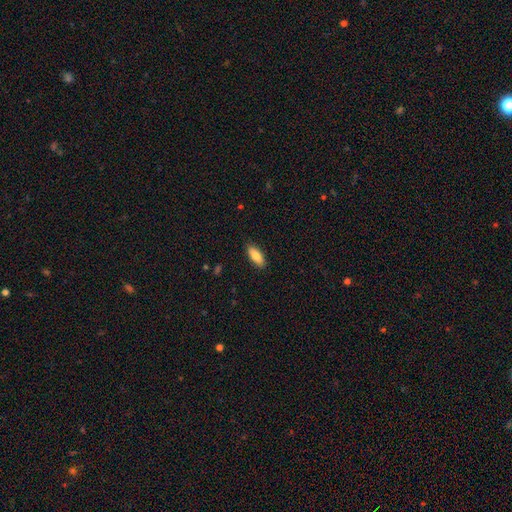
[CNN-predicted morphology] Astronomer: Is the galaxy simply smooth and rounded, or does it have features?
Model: smooth — 81%.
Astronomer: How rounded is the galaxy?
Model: in between — 78%.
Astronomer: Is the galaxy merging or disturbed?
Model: none — 88%.